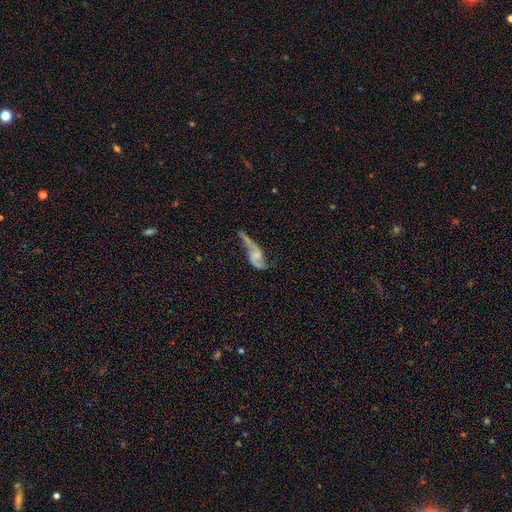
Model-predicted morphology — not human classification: type=featured or disk (73%); edge-on=no (92%); bar=no (59%); spiral arms=yes (83%); winding=loose (80%); arm count=2 (83%); bulge=none (40%); merging=major disturbance (36%).